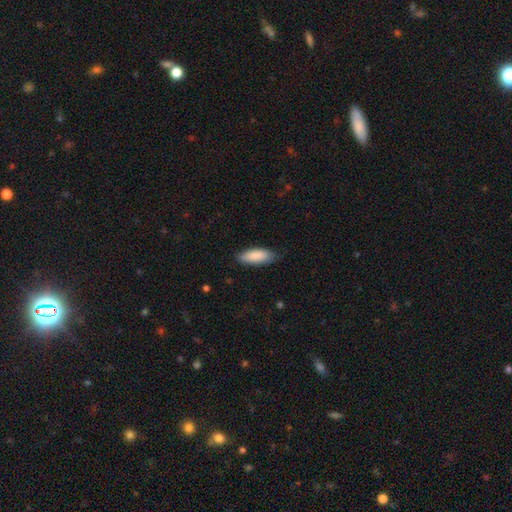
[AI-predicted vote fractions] smooth 88%, featured or disk 6%, star or artifact 5%. Down the decision tree: how rounded — in between (72%); merging — none (78%).